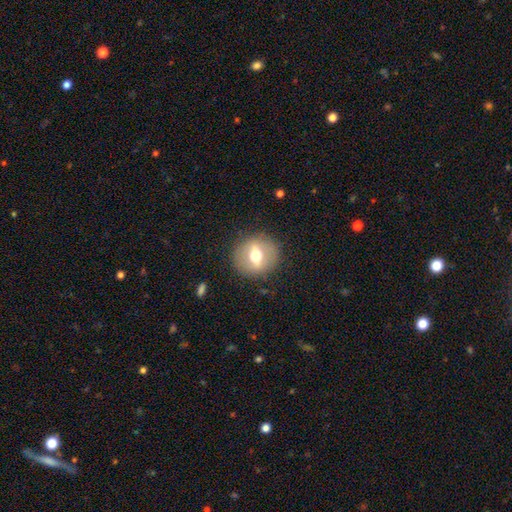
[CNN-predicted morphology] smooth_or_featured: featured or disk (p=0.49) [alt: smooth p=0.43]
merging: none (p=0.86) [alt: minor disturbance p=0.09]